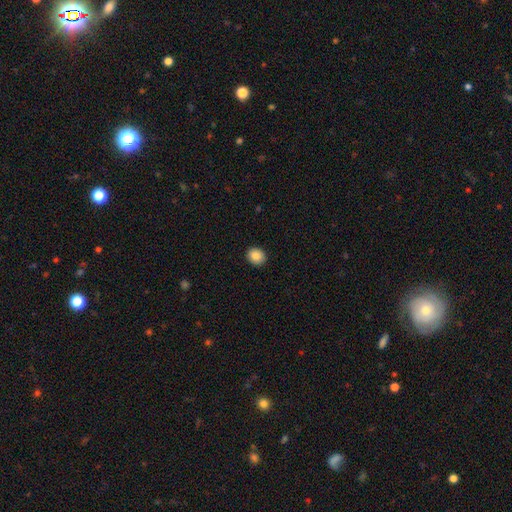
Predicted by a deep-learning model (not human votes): Smooth or featured? Predicted: smooth (p=0.86). How rounded? Predicted: round (p=0.70). Merging? Predicted: none (p=0.92).